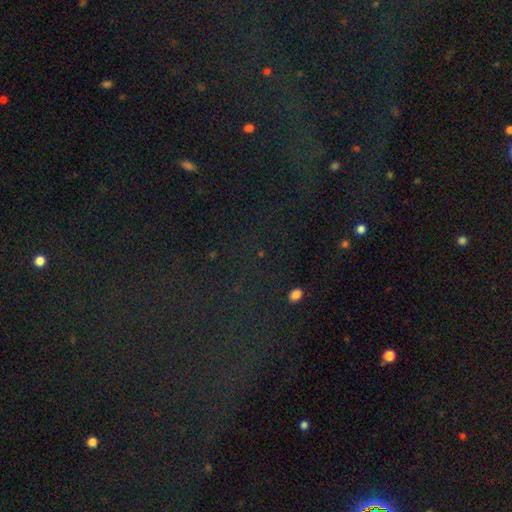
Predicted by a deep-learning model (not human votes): This appears to be a star or artifact, not a galaxy (76%).